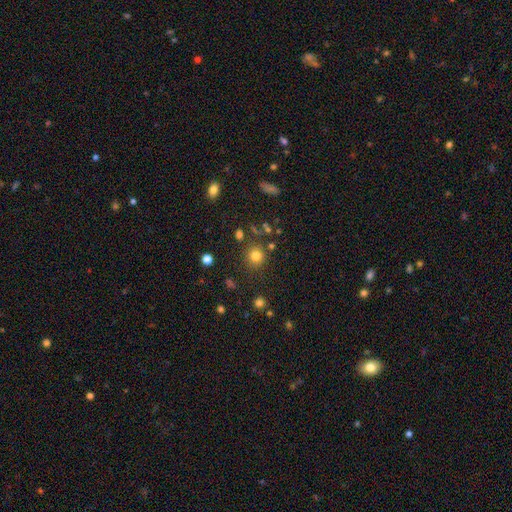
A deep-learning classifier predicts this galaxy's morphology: Q: Smooth or featured?
A: smooth (79%); runner-up: star or artifact (15%)
Q: How rounded?
A: round (91%); runner-up: in between (8%)
Q: Merging?
A: none (83%); runner-up: minor disturbance (8%)